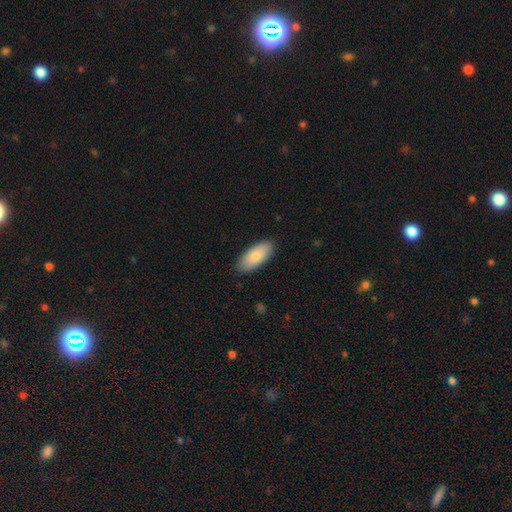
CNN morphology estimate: Smooth or featured: smooth — 83% (featured or disk — 11%)
How rounded: in between — 87% (cigar-shaped — 11%)
Merging: none — 87% (minor disturbance — 10%)